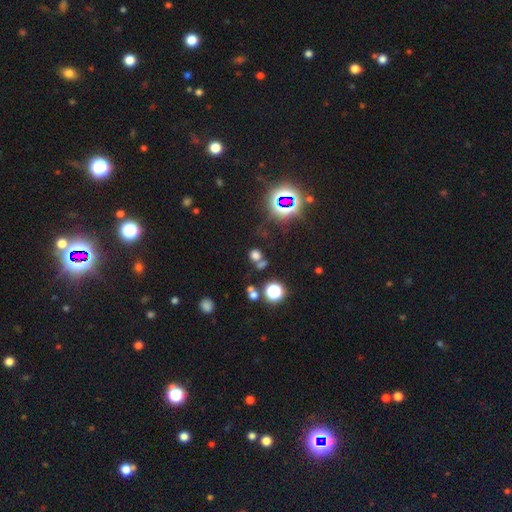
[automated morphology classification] smooth-or-featured: smooth: 55% | star or artifact: 37% | featured or disk: 8%
  how-rounded: round: 74% | in between: 25% | cigar-shaped: 2%
  merging: none: 60% | merger: 24% | minor disturbance: 10% | major disturbance: 6%